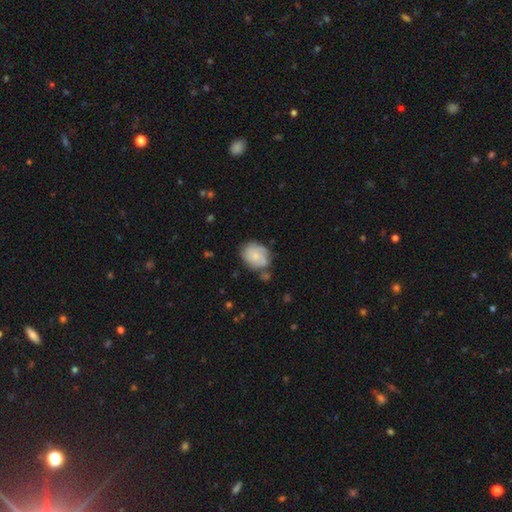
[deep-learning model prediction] smooth 54%, featured or disk 39%, star or artifact 7%. Down the decision tree: how rounded — in between (55%); merging — none (58%).